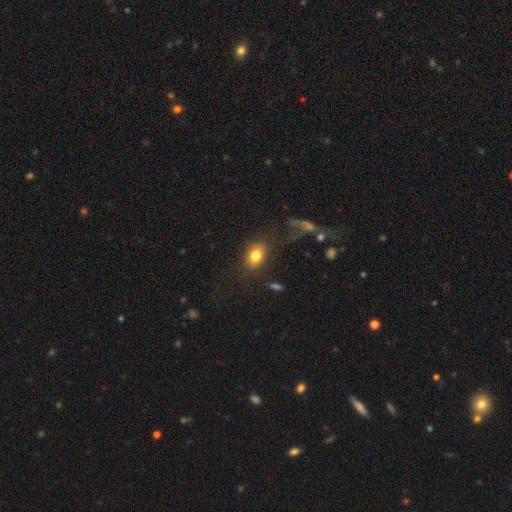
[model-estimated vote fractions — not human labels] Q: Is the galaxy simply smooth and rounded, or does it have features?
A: smooth — 82%.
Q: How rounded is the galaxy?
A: in between — 70%.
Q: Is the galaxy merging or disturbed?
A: none — 79%.